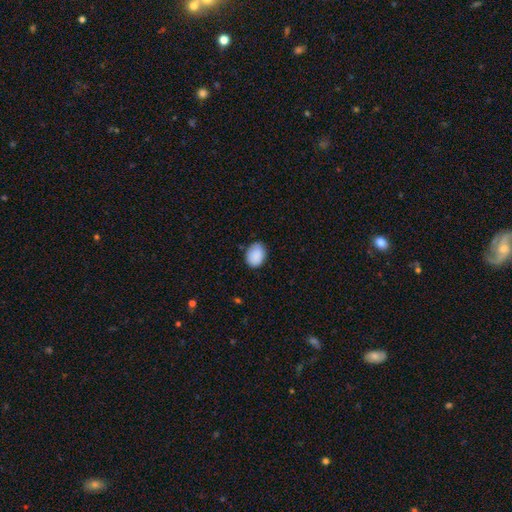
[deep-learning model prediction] smooth_or_featured: smooth (p=0.90) [alt: star or artifact p=0.07]
how_rounded: in between (p=0.68) [alt: round p=0.31]
merging: none (p=0.78) [alt: minor disturbance p=0.18]